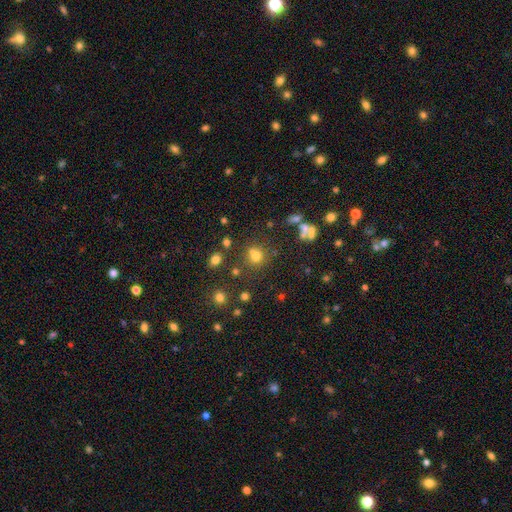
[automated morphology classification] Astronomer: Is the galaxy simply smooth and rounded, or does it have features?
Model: smooth — 66%.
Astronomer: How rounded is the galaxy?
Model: round — 82%.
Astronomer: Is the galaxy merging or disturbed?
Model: none — 59%.